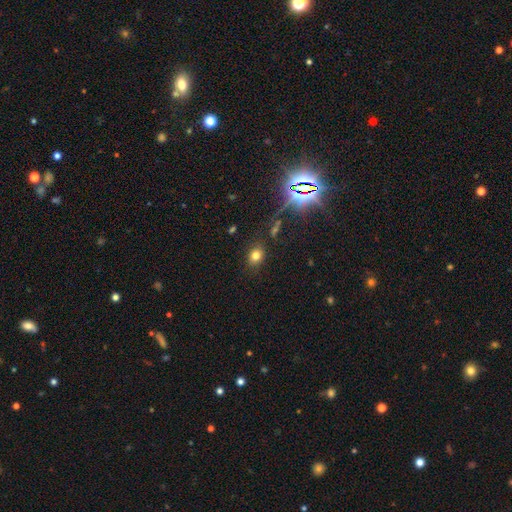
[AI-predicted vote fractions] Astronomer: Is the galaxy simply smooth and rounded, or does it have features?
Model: smooth — 74%.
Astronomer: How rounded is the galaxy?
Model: in between — 51% (runner-up: round, 48%).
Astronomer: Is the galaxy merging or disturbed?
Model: none — 83%.